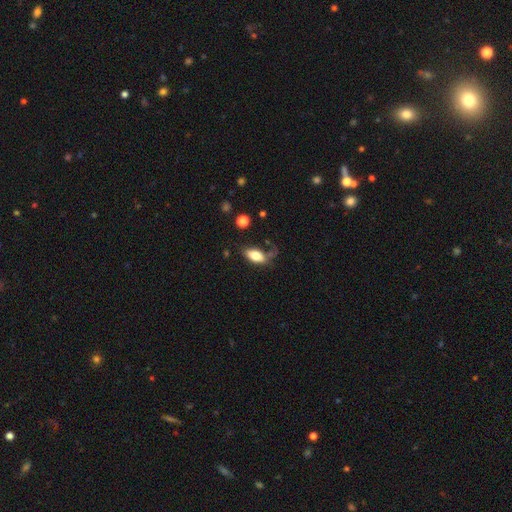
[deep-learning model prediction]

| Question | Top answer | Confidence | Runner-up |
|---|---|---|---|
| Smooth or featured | smooth | 77% | featured or disk (15%) |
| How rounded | in between | 89% | cigar-shaped (6%) |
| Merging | none | 49% | minor disturbance (24%) |